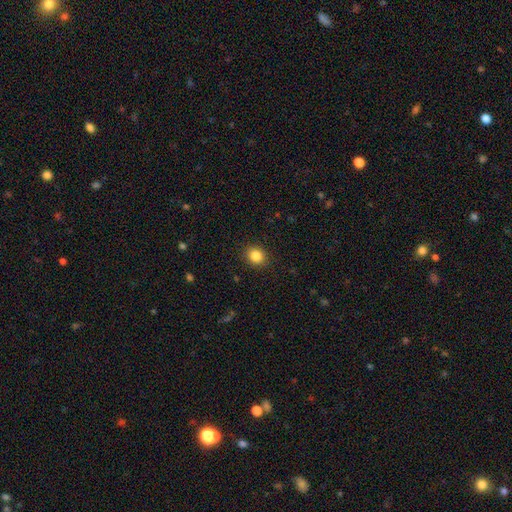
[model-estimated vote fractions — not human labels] A smooth galaxy with no disk features (85%) that is round (68%). Merging: none (90%).